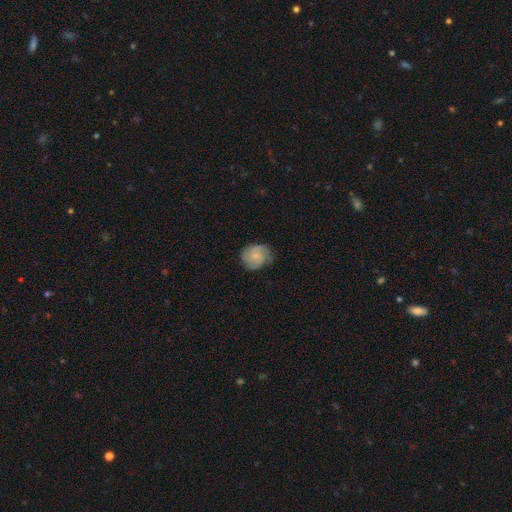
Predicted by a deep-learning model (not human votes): This appears to be a featured or disk galaxy (59%) with no bar (77%), 3 (39%) tight (51%) spiral arms (93%) and a small central bulge (66%). Merging: none (71%).